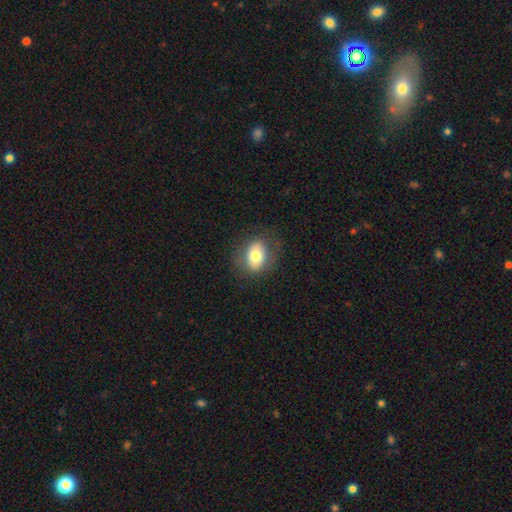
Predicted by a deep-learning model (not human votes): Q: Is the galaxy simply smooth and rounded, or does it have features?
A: smooth — 73%.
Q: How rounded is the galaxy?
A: in between — 69%.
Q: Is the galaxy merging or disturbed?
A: none — 81%.